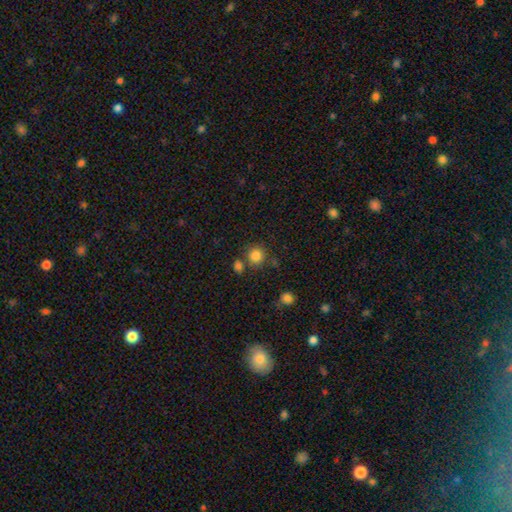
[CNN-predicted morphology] A smooth galaxy with no disk features (83%) that is round (90%). Merging: none (73%).